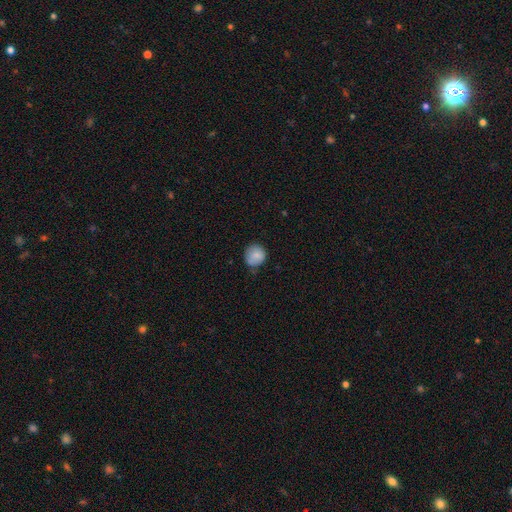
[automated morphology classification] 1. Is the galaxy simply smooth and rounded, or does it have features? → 85% smooth, 8% star or artifact, 7% featured or disk.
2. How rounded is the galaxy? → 87% round, 12% in between, 1% cigar-shaped.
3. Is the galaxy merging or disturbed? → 72% none, 23% minor disturbance, 3% major disturbance, 1% merger.